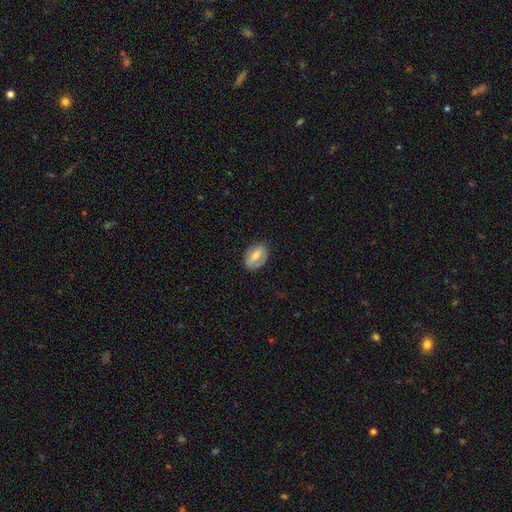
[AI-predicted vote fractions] Smooth or featured? Predicted: smooth (p=0.65). How rounded? Predicted: in between (p=0.84). Merging? Predicted: none (p=0.77).